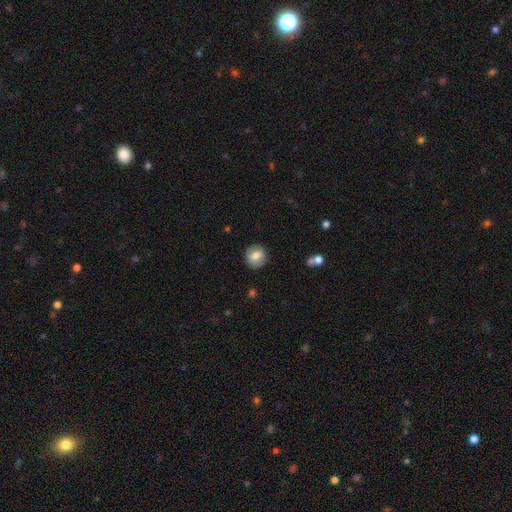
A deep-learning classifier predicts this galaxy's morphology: Smooth or featured: smooth — 75% (featured or disk — 17%)
How rounded: round — 82% (in between — 17%)
Merging: none — 88% (minor disturbance — 9%)